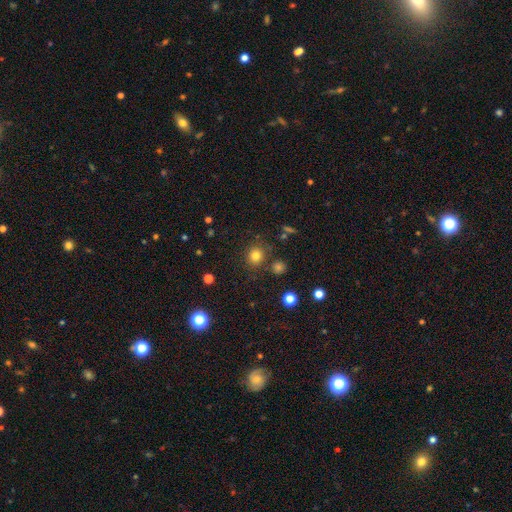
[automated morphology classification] type=smooth (79%); roundness=round (86%); merging=none (81%).